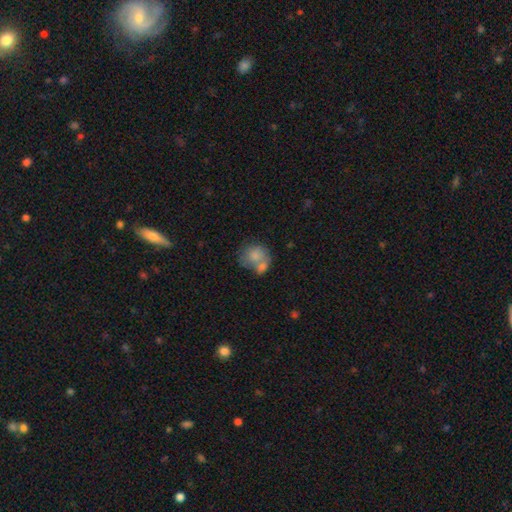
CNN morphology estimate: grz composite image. It shows a smooth galaxy with no disk features (74%) that is round (70%). Merging: merger (54%).